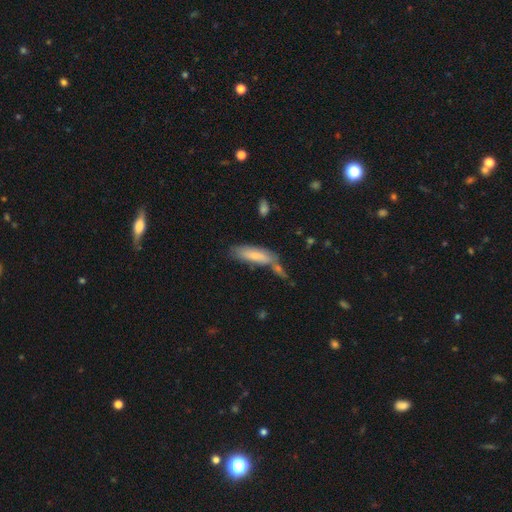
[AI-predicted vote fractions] Smooth or featured? smooth (73%)
How rounded? cigar-shaped (49%, tied with in between)
Merging? none (51%)